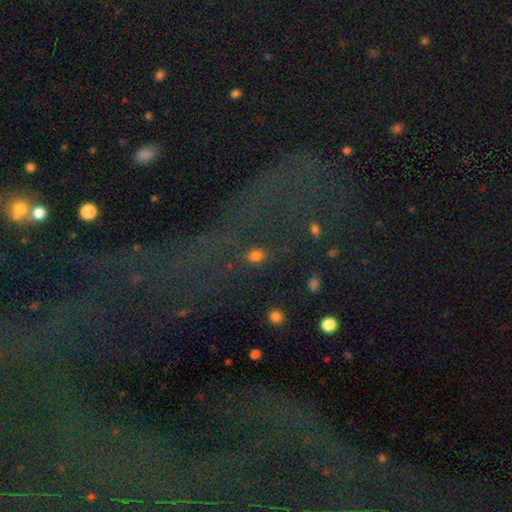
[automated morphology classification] A smooth galaxy with no disk features (77%) that is in between round and cigar-shaped (63%).

Vote fractions:
- Smooth or featured? smooth: 77% / star or artifact: 17% / featured or disk: 6%
- How rounded? in between: 63% / round: 34% / cigar-shaped: 3%
- Merging? none: 78% / minor disturbance: 11% / major disturbance: 6% / merger: 4%